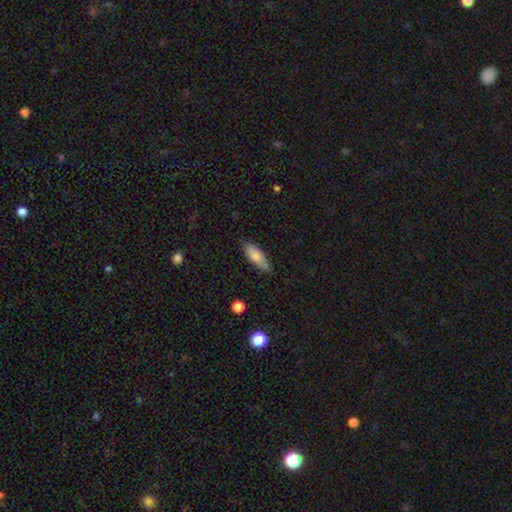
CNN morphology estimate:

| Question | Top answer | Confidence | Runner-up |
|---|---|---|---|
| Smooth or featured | smooth | 78% | featured or disk (15%) |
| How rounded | in between | 63% | cigar-shaped (35%) |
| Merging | none | 76% | minor disturbance (19%) |